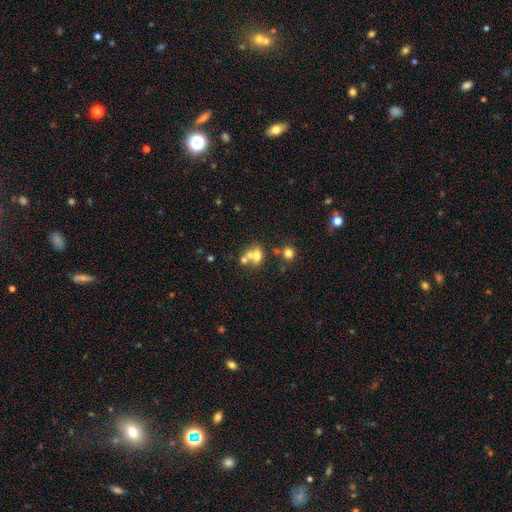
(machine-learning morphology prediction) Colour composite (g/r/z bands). It shows a smooth galaxy with no disk features (59%) that is round (52%). Merging: merger (55%).